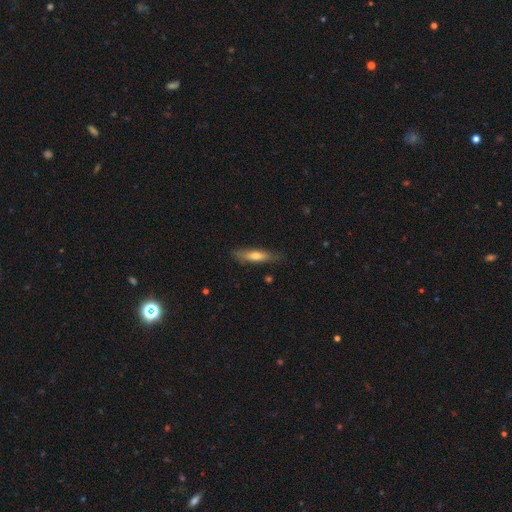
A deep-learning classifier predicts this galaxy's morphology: Smooth or featured? Predicted: smooth (p=0.59). How rounded? Predicted: cigar-shaped (p=0.76). Merging? Predicted: none (p=0.80).